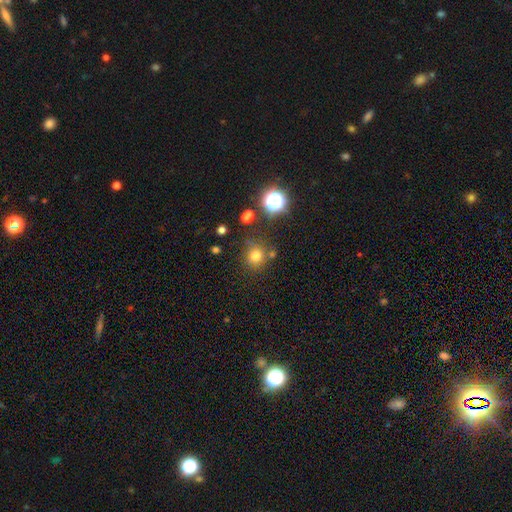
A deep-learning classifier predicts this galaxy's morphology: smooth-or-featured: smooth: 74% | star or artifact: 19% | featured or disk: 7%
  how-rounded: round: 88% | in between: 11% | cigar-shaped: 1%
  merging: none: 76% | minor disturbance: 13% | merger: 7% | major disturbance: 5%